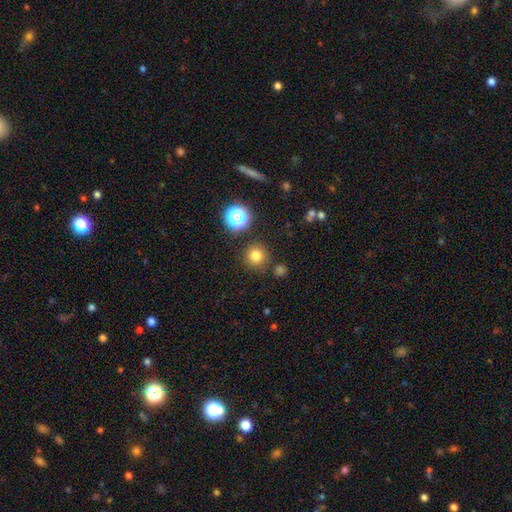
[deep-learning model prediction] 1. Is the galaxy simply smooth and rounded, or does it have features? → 76% smooth, 18% star or artifact, 6% featured or disk.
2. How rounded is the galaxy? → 95% round, 4% in between, 1% cigar-shaped.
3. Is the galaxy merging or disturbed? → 84% none, 8% minor disturbance, 4% merger, 3% major disturbance.